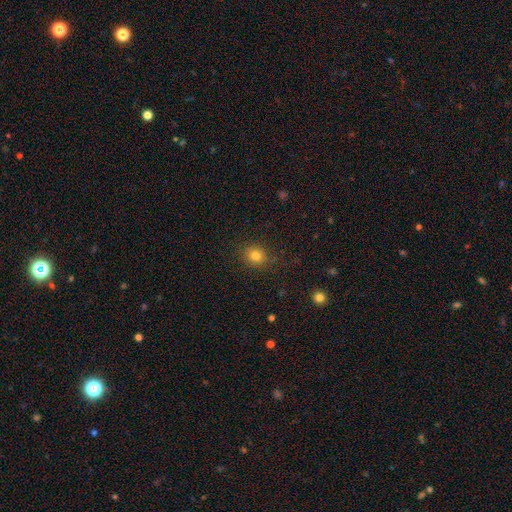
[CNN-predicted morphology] type=smooth (79%); roundness=round (71%); merging=none (85%).